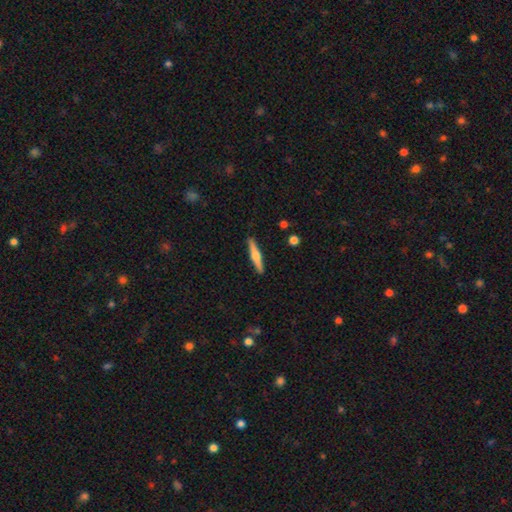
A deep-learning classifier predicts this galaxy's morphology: This is possibly a featured or disk galaxy (54%). It is clearly viewed edge-on (97%). Edge-on bulge: clearly rounded (87%). Merging: clearly none (90%).